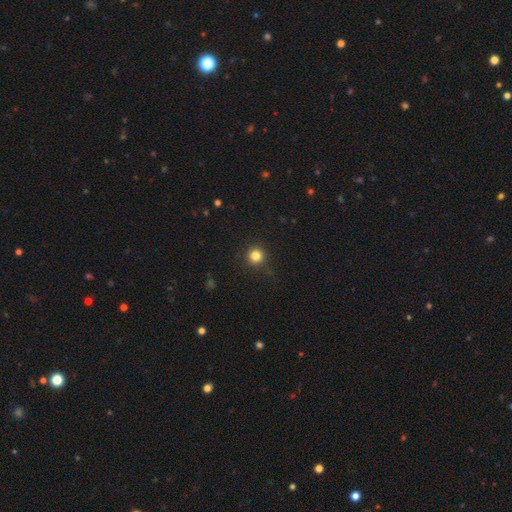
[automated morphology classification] smooth_or_featured: smooth (p=0.83) [alt: star or artifact p=0.13]
how_rounded: round (p=0.95) [alt: in between p=0.04]
merging: none (p=0.90) [alt: minor disturbance p=0.06]